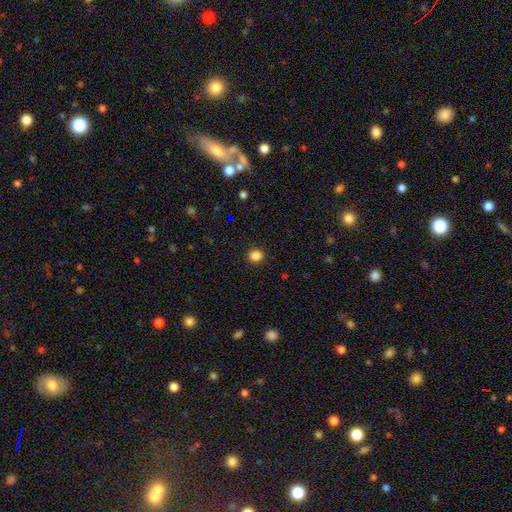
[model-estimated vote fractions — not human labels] smooth-or-featured: smooth: 85% | star or artifact: 12% | featured or disk: 3%
  how-rounded: round: 86% | in between: 13% | cigar-shaped: 1%
  merging: none: 92% | minor disturbance: 5% | major disturbance: 2% | merger: 1%